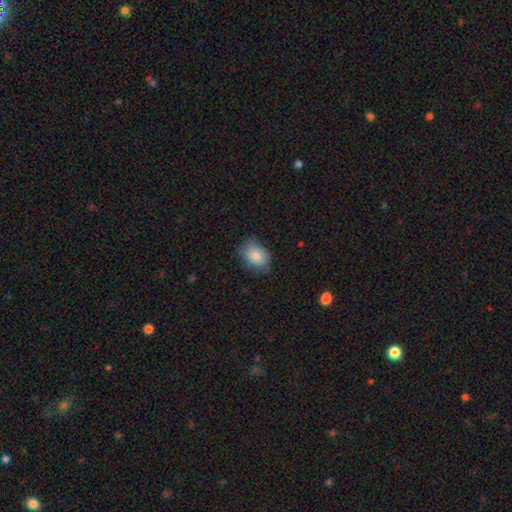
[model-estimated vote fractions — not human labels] Smooth or featured: smooth — 83% (featured or disk — 9%)
How rounded: in between — 75% (round — 24%)
Merging: none — 70% (minor disturbance — 24%)